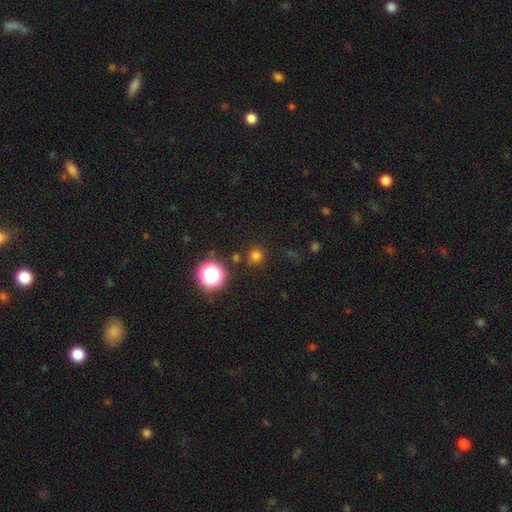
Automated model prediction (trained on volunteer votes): Smooth or featured?
  - smooth: 72% *
  - star or artifact: 23%
  - featured or disk: 5%
How rounded?
  - round: 93% *
  - in between: 6%
  - cigar-shaped: 1%
Merging?
  - none: 85% *
  - minor disturbance: 8%
  - merger: 4%
  - major disturbance: 3%